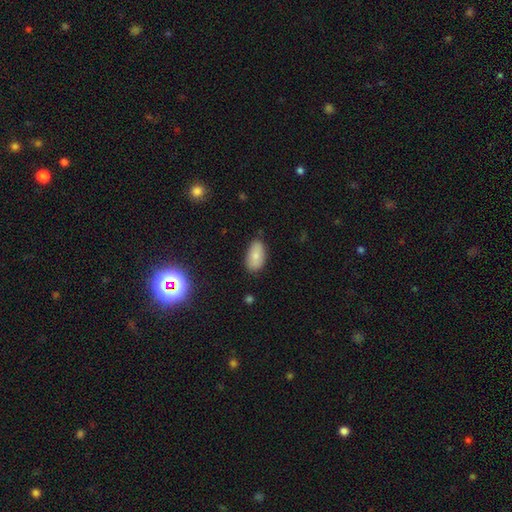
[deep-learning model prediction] This is clearly a smooth galaxy (81%). How rounded: clearly in between (94%). Merging: likely none (76%).